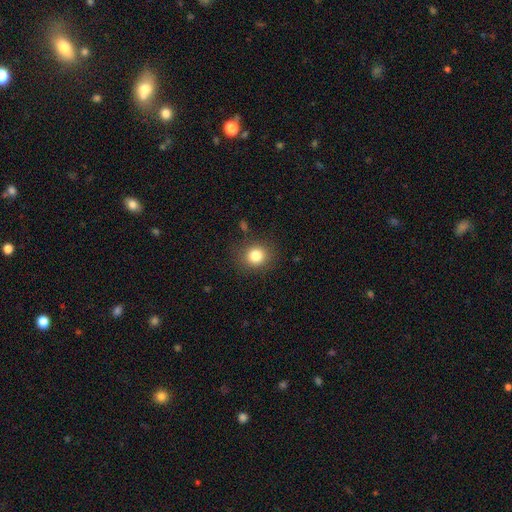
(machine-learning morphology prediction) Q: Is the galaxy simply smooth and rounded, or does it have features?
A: smooth — 82%.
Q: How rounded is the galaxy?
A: round — 84%.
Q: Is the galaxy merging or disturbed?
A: none — 85%.